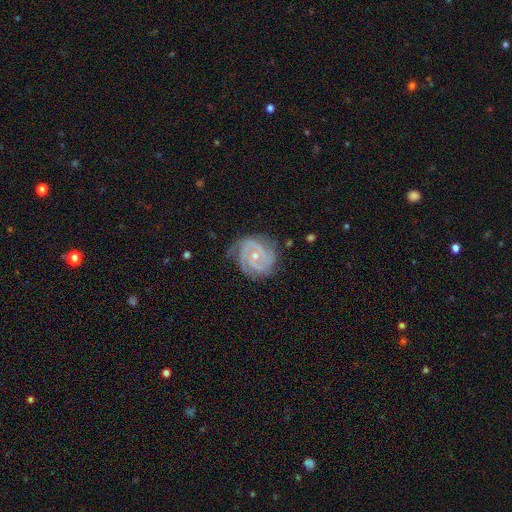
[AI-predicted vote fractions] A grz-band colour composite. It shows a featured or disk galaxy (90%) with no bar (50%), 3 (37%) tight (67%) spiral arms (98%) and a small central bulge (59%). Merging: none (70%).